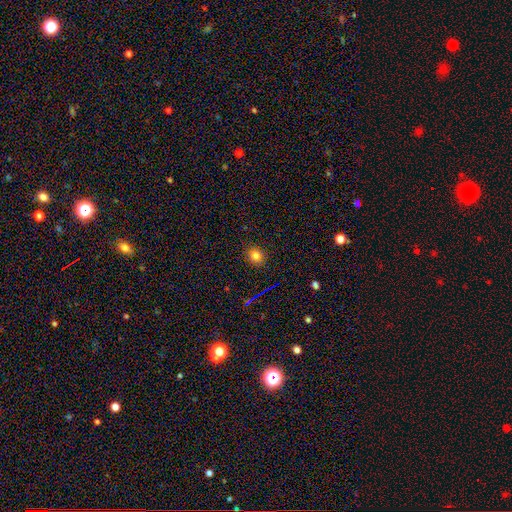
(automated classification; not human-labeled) This appears to be a smooth galaxy with no disk features (78%) that is round (76%). Merging: none (89%).